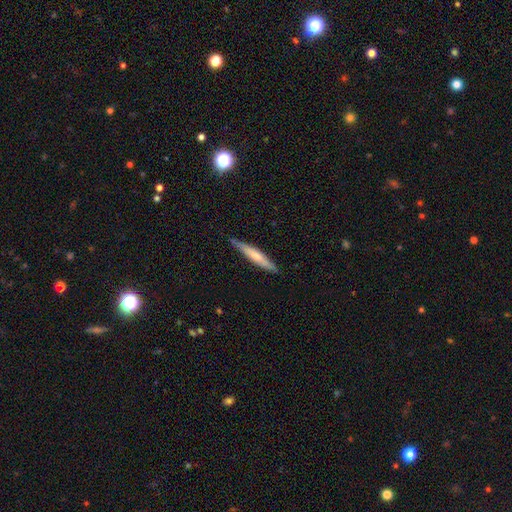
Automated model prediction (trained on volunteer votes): This appears to be a smooth galaxy with no disk features (58%) that is cigar-shaped (93%). Merging: none (84%).